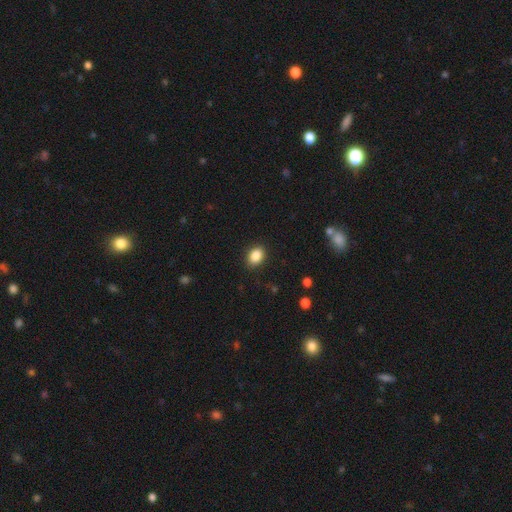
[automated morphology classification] Smooth or featured: smooth — 87% (star or artifact — 9%)
How rounded: in between — 73% (round — 26%)
Merging: none — 89% (minor disturbance — 8%)